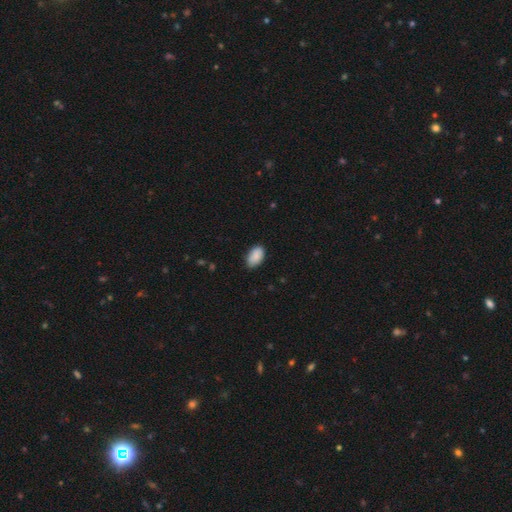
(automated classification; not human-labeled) Smooth or featured? smooth (89%)
How rounded? in between (94%)
Merging? none (80%)